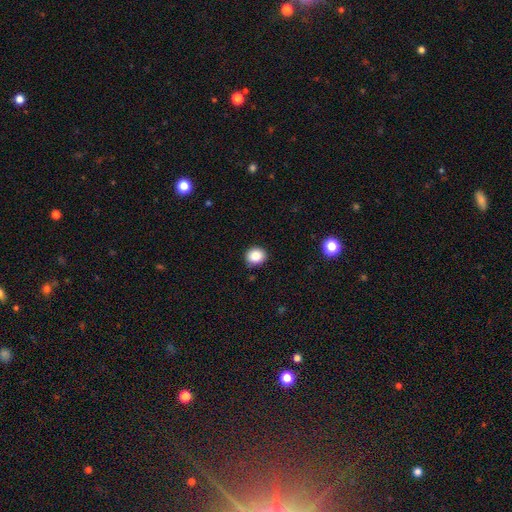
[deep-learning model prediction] Smooth or featured? Predicted: smooth (p=0.87). How rounded? Predicted: round (p=0.77). Merging? Predicted: none (p=0.89).